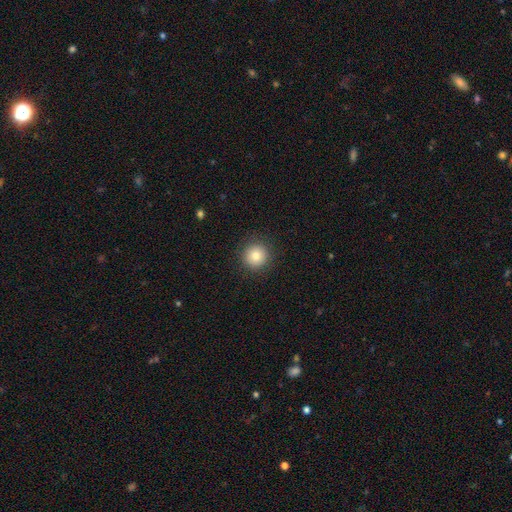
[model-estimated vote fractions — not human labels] smooth 80%, star or artifact 10%, featured or disk 9%. Down the decision tree: how rounded — round (95%); merging — none (91%).